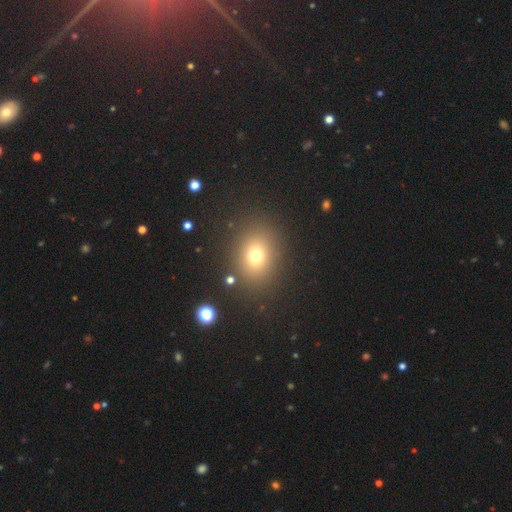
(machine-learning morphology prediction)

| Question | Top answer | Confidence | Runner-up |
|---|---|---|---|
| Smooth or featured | smooth | 73% | star or artifact (18%) |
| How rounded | round | 52% | in between (47%) |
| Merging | none | 85% | minor disturbance (8%) |